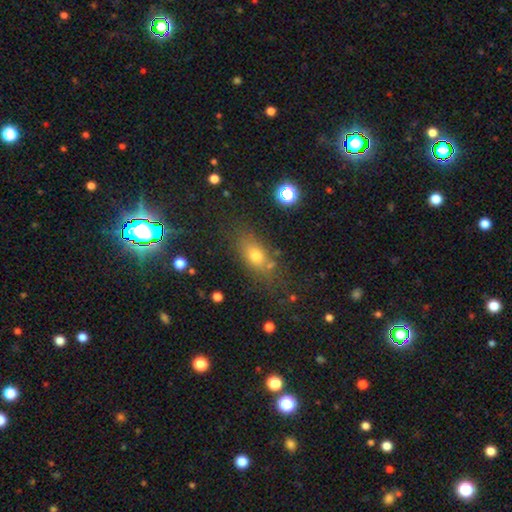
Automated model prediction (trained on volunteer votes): A smooth galaxy with no disk features (67%) that is in between round and cigar-shaped (66%). Merging: none (70%).